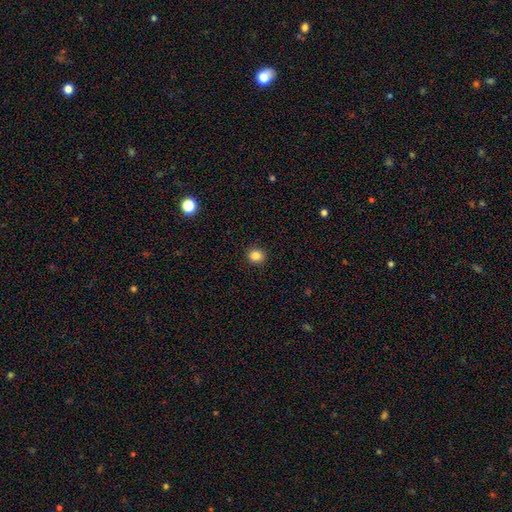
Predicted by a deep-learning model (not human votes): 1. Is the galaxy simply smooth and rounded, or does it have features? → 85% smooth, 11% star or artifact, 4% featured or disk.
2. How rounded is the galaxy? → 81% round, 18% in between, 1% cigar-shaped.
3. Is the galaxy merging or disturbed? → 91% none, 6% minor disturbance, 2% major disturbance, 1% merger.